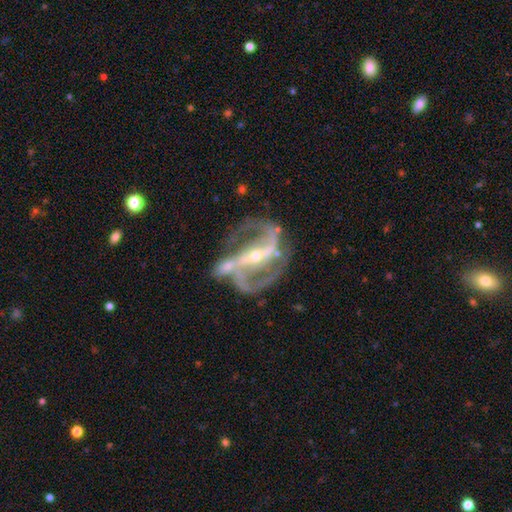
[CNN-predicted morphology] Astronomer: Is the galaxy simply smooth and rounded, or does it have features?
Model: featured or disk — 92%.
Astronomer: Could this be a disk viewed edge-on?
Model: no — 96%.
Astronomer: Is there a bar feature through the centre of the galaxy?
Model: strong — 72%.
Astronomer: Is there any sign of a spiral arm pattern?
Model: yes — 97%.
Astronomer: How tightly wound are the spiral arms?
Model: medium — 54%.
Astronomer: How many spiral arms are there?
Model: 2 — 86%.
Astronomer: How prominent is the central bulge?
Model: small — 65%.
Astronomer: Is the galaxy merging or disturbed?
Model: none — 55%.